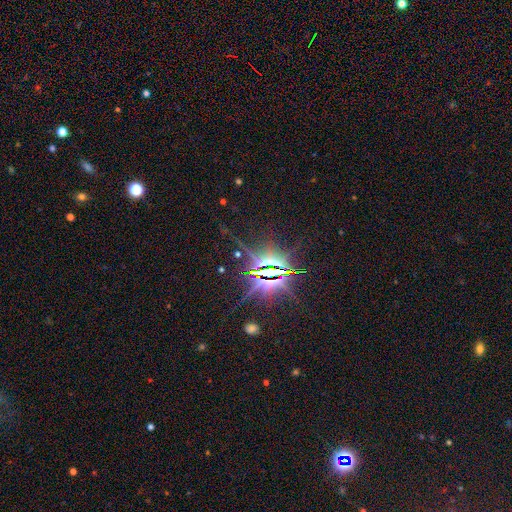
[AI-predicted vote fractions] Smooth or featured: star or artifact — 86% (featured or disk — 8%)